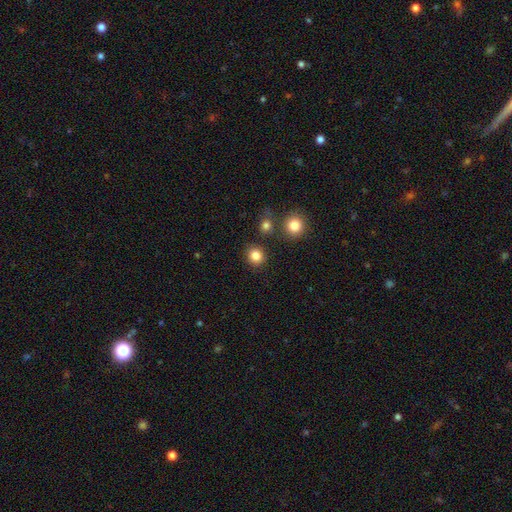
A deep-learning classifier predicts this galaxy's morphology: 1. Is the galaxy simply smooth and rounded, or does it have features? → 85% smooth, 11% star or artifact, 4% featured or disk.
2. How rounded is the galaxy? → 89% round, 10% in between, 1% cigar-shaped.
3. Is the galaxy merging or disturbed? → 87% none, 7% minor disturbance, 4% merger, 2% major disturbance.